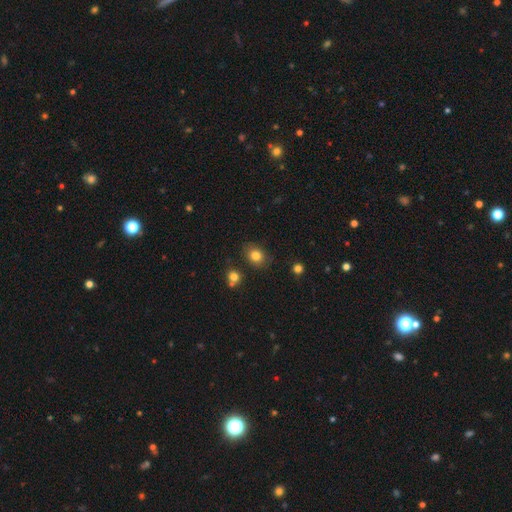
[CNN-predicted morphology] smooth_or_featured: smooth (p=0.82) [alt: star or artifact p=0.11]
how_rounded: round (p=0.53) [alt: in between p=0.46]
merging: none (p=0.81) [alt: minor disturbance p=0.12]